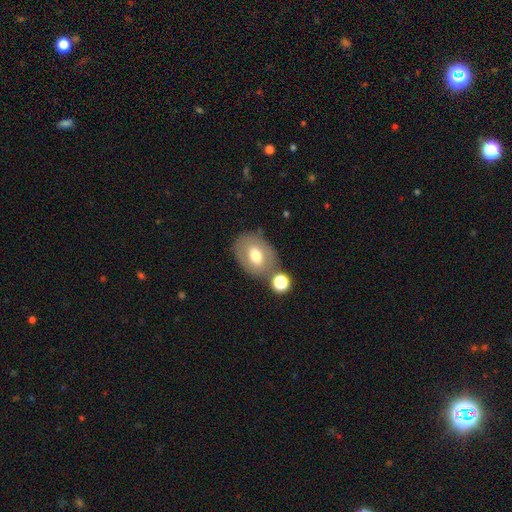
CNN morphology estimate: smooth 62%, featured or disk 30%, star or artifact 8%. Down the decision tree: how rounded — in between (71%); merging — none (67%).